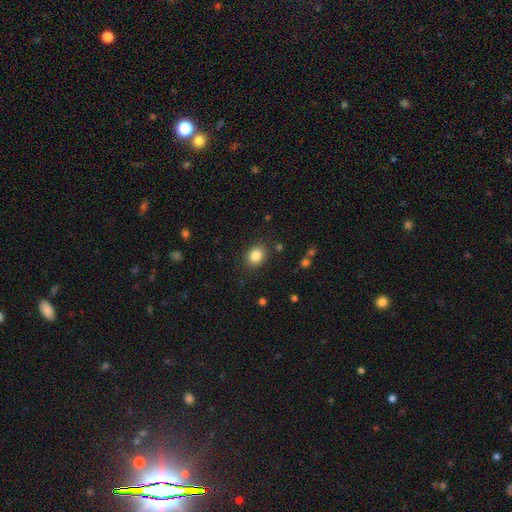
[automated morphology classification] Smooth or featured? Predicted: smooth (p=0.84). How rounded? Predicted: round (p=0.55). Merging? Predicted: none (p=0.86).